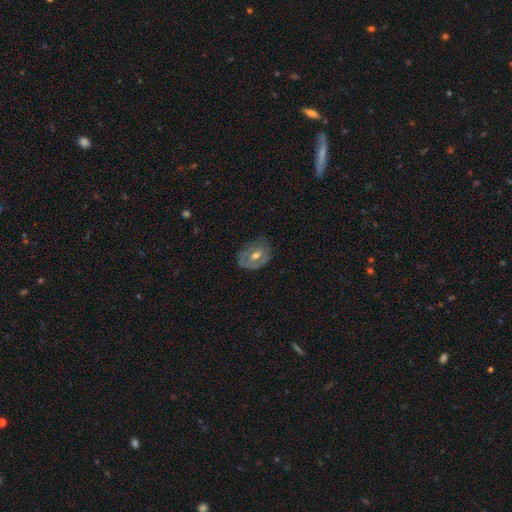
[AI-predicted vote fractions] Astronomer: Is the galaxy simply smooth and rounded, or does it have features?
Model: featured or disk — 62%.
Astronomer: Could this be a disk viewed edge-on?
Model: no — 94%.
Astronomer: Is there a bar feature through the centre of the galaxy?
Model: no — 44% (runner-up: weak, 41%).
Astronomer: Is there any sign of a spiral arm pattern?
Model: yes — 52% (runner-up: no, 48%).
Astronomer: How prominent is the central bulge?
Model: moderate — 69%.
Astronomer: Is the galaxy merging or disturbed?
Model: none — 67%.